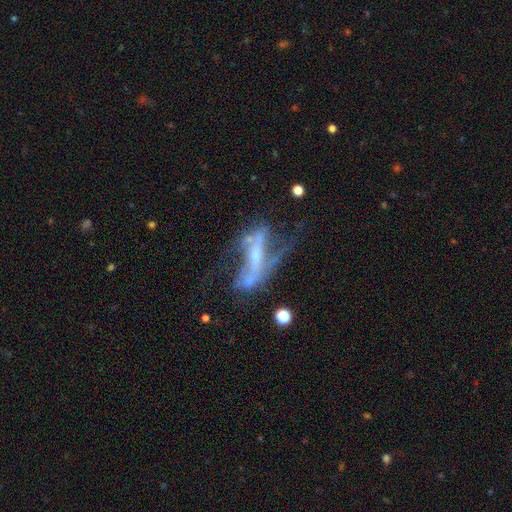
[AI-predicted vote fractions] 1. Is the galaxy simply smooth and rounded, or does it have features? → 84% featured or disk, 8% smooth, 7% star or artifact.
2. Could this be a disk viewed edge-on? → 73% no, 27% yes.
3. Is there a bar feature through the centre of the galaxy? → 63% strong, 19% weak, 18% no.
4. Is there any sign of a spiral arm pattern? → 81% yes, 19% no.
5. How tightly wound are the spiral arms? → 63% loose, 25% medium, 11% tight.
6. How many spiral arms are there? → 82% 2, 8% can't tell, 6% 1, 1% 3, 1% 4, 1% more than 4.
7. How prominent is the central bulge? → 69% small, 25% moderate, 3% none, 2% large, 1% dominant.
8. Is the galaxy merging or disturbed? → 46% none, 27% major disturbance, 20% minor disturbance, 7% merger.